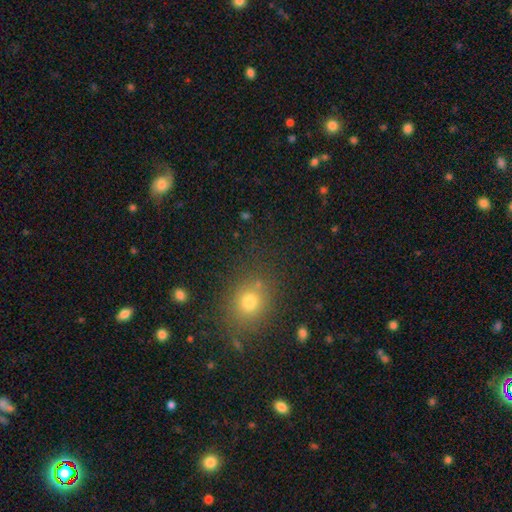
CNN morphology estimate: This appears to be a smooth galaxy with no disk features (65%) that is round (68%). Merging: none (86%).